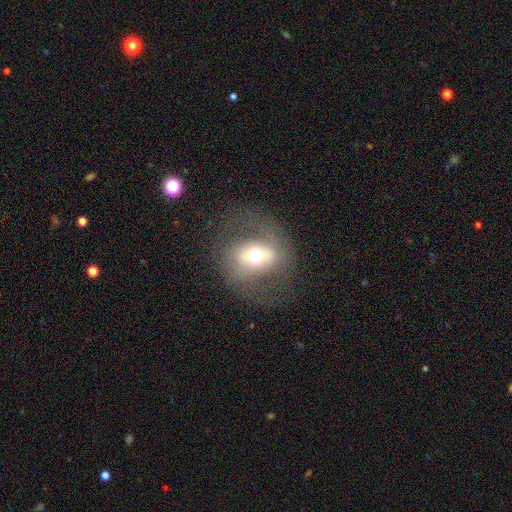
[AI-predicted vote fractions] This is possibly a featured or disk galaxy (49%). Merging: likely none (65%).